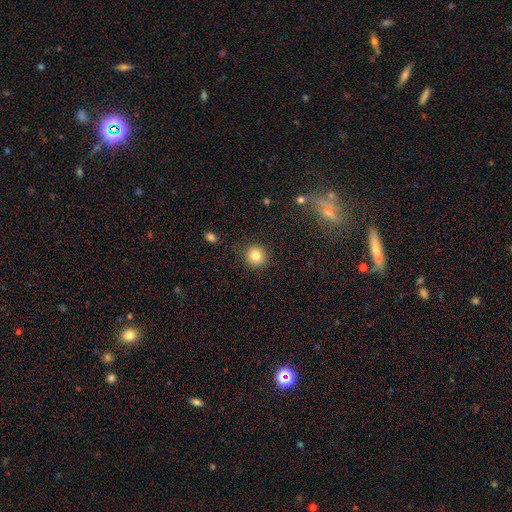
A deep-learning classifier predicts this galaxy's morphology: Smooth or featured? Predicted: smooth (p=0.82). How rounded? Predicted: round (p=0.92). Merging? Predicted: none (p=0.88).